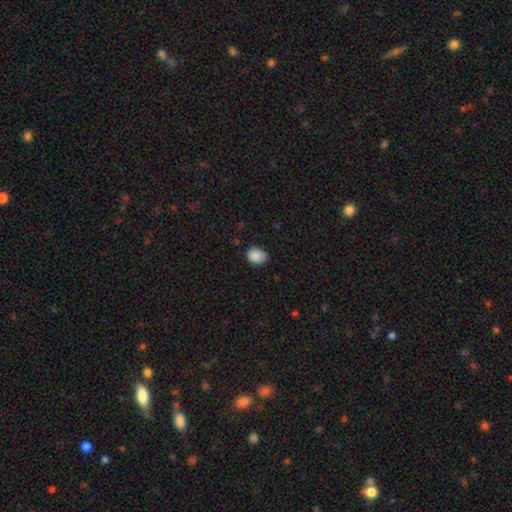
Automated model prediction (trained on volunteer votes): Q: Smooth or featured?
A: smooth (88%); runner-up: star or artifact (8%)
Q: How rounded?
A: in between (54%); runner-up: round (46%)
Q: Merging?
A: none (67%); runner-up: minor disturbance (28%)